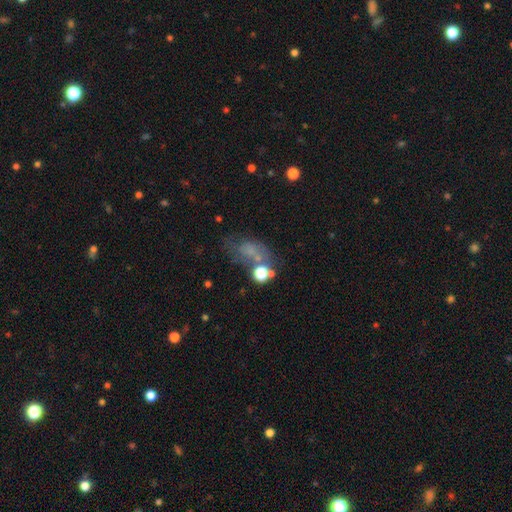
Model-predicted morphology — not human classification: smooth 40%, star or artifact 30%, featured or disk 30%. Down the decision tree: merging — none (43%).